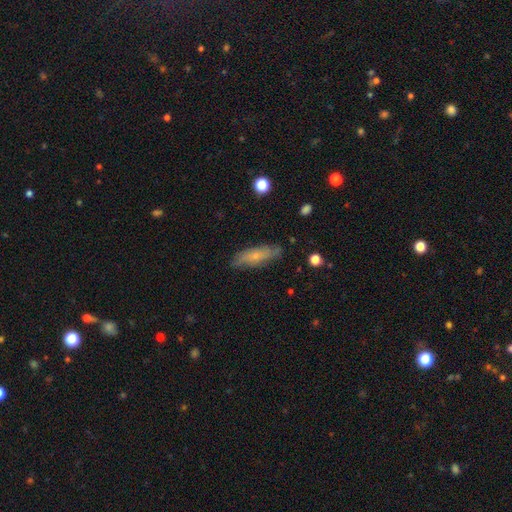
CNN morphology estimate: smooth-or-featured: smooth: 58% | featured or disk: 35% | star or artifact: 7%
  how-rounded: cigar-shaped: 56% | in between: 42% | round: 2%
  merging: none: 79% | minor disturbance: 17% | major disturbance: 3% | merger: 1%